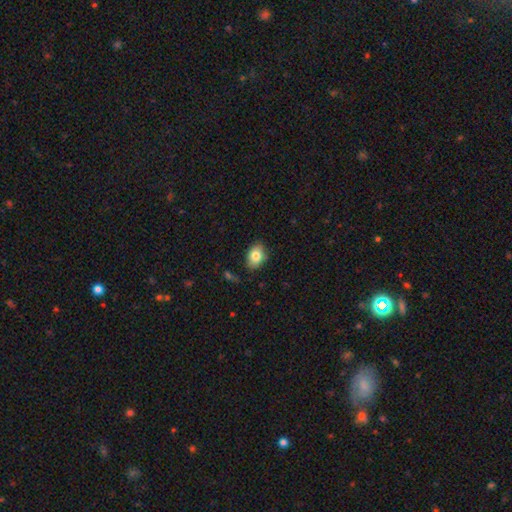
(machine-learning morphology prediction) Smooth or featured? smooth (82%)
How rounded? in between (81%)
Merging? none (81%)